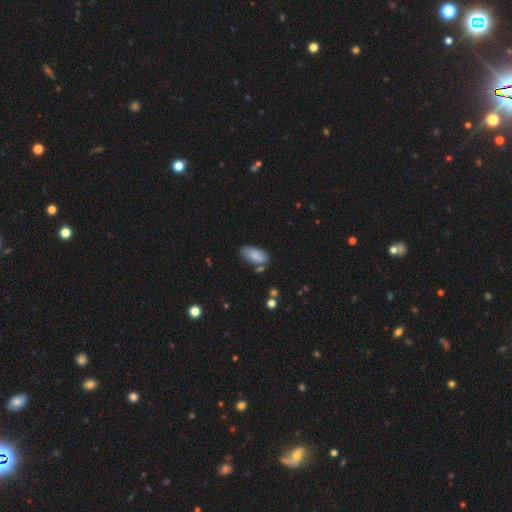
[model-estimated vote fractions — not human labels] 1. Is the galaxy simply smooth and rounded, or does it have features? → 82% smooth, 11% featured or disk, 7% star or artifact.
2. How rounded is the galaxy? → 91% in between, 7% cigar-shaped, 2% round.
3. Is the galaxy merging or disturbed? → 64% none, 23% minor disturbance, 8% merger, 5% major disturbance.